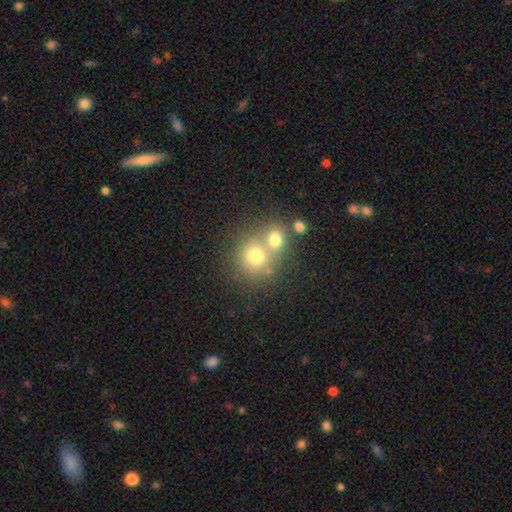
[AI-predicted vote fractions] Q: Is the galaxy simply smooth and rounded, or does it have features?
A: smooth — 71%.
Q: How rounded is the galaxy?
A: round — 83%.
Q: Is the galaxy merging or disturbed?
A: merger — 49%.